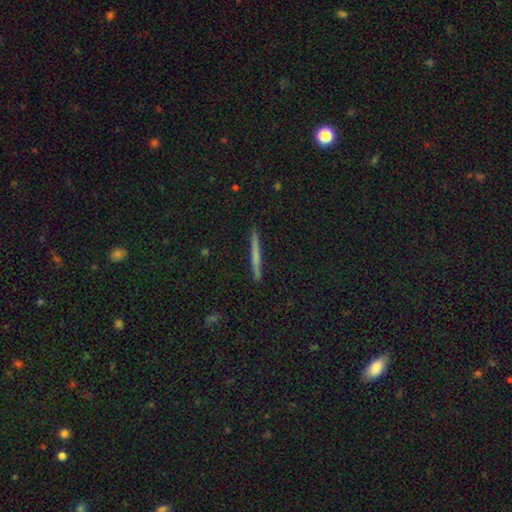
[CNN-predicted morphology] The model was most divided on "smooth or featured": smooth: 53%, featured or disk: 38%, star or artifact: 10%. More confident: how rounded — cigar-shaped (95%); merging — none (92%).